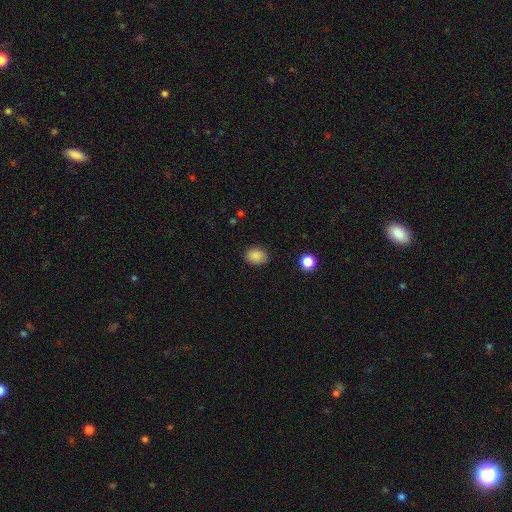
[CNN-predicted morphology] smooth 87%, star or artifact 10%, featured or disk 4%. Down the decision tree: how rounded — in between (63%); merging — none (84%).